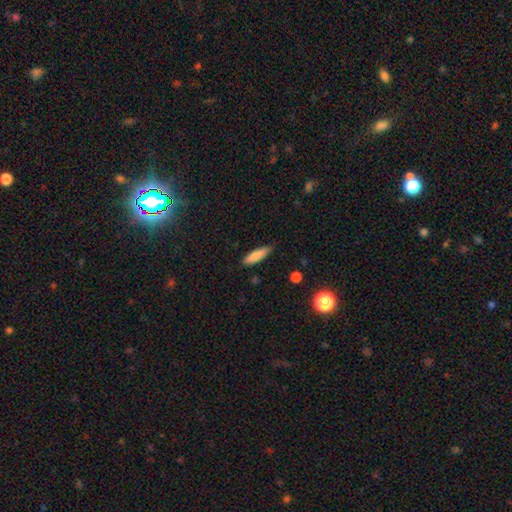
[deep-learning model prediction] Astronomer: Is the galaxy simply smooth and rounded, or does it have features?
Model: smooth — 82%.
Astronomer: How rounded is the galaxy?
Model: cigar-shaped — 69%.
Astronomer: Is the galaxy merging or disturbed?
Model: none — 82%.